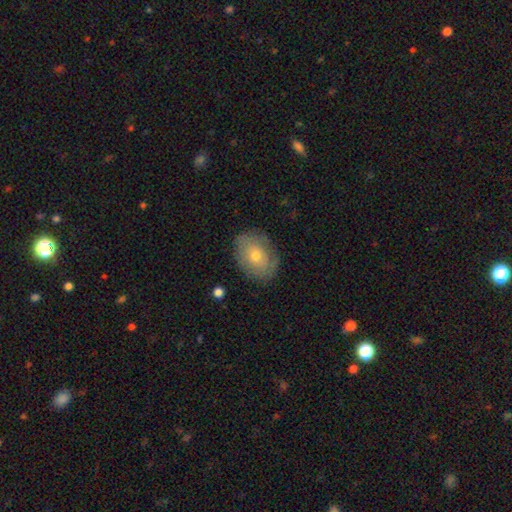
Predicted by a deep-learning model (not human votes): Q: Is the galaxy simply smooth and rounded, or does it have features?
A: smooth — 58%.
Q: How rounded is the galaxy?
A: in between — 69%.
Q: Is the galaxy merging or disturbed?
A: none — 79%.